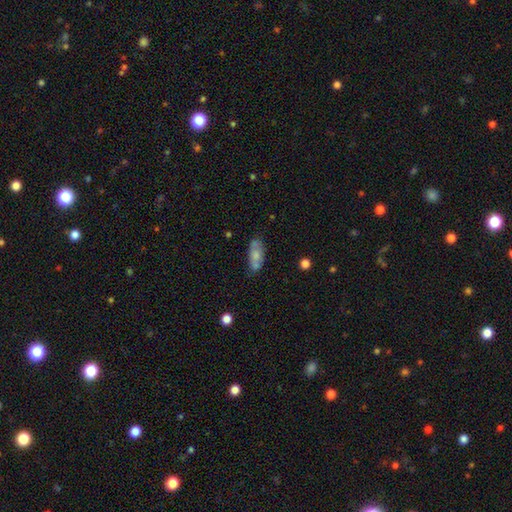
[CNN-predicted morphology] smooth-or-featured: smooth: 62% | featured or disk: 30% | star or artifact: 8%
  how-rounded: in between: 79% | cigar-shaped: 18% | round: 3%
  merging: none: 65% | minor disturbance: 22% | merger: 7% | major disturbance: 7%